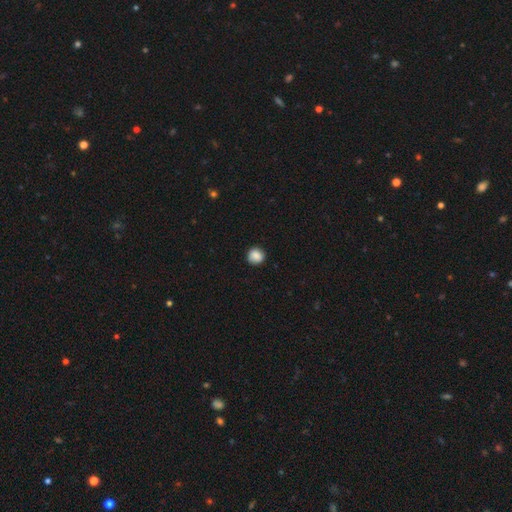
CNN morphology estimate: This appears to be a smooth galaxy with no disk features (86%) that is round (89%). Merging: none (88%).